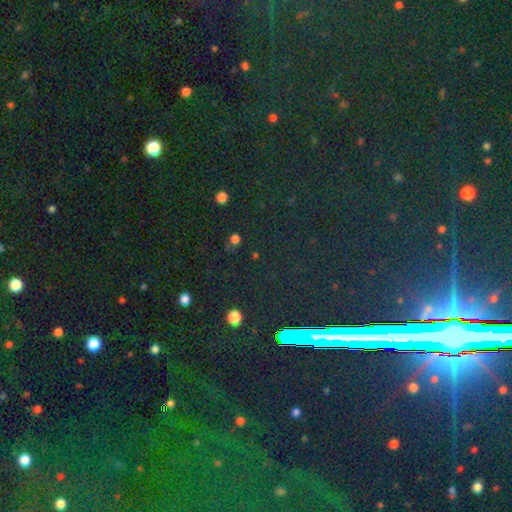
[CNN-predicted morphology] A star or artifact, not a galaxy (70%).

Vote fractions:
- Smooth or featured? star or artifact: 70% / smooth: 19% / featured or disk: 11%